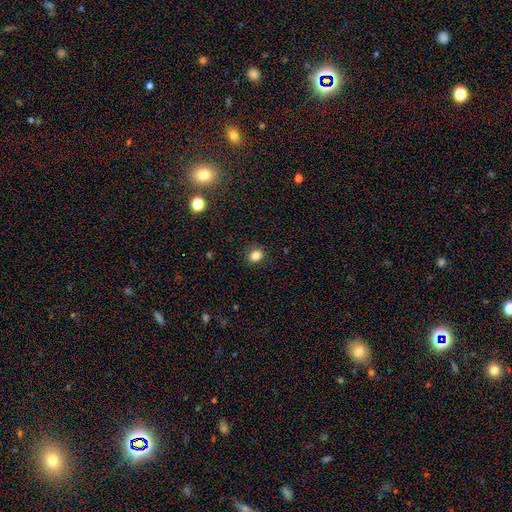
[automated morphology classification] The model was most divided on "how rounded": round: 71%, in between: 28%, cigar-shaped: 1%. More confident: merging — none (88%); smooth or featured — smooth (84%).